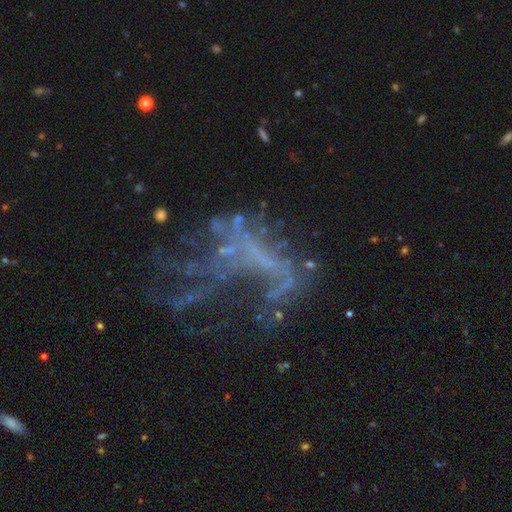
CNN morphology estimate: Smooth or featured: featured or disk — 60% (star or artifact — 28%)
Edge-on disk: no — 94% (yes — 6%)
Bar: no — 80% (weak — 12%)
Spiral arms: no — 82% (yes — 18%)
Bulge size: none — 82% (small — 10%)
Merging: major disturbance — 47% (none — 30%)